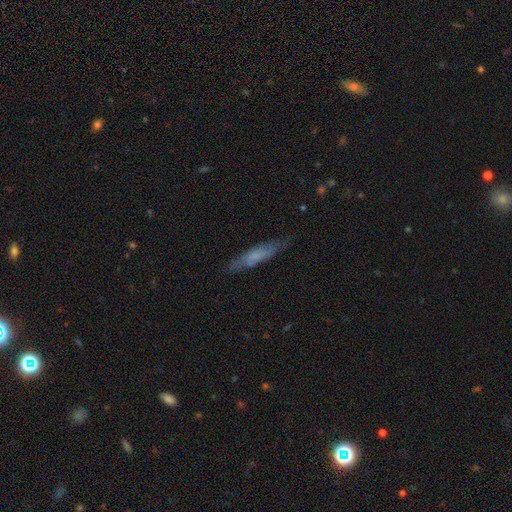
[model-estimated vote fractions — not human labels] The model was most divided on "smooth or featured": smooth: 55%, featured or disk: 37%, star or artifact: 7%. More confident: how rounded — cigar-shaped (83%); merging — none (78%).